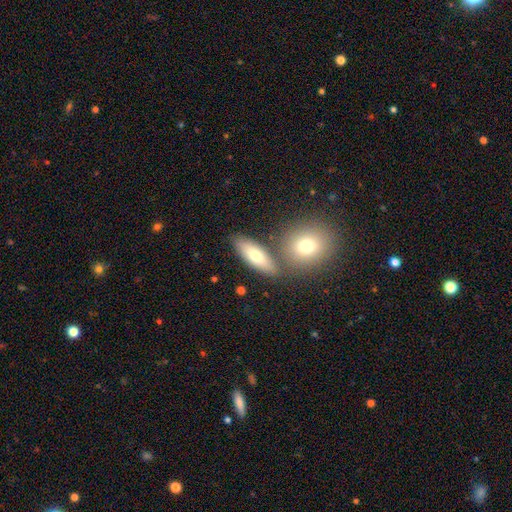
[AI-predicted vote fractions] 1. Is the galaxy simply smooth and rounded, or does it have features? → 70% smooth, 23% featured or disk, 7% star or artifact.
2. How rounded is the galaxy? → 67% in between, 28% cigar-shaped, 5% round.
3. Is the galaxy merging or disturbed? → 72% none, 15% merger, 10% minor disturbance, 3% major disturbance.